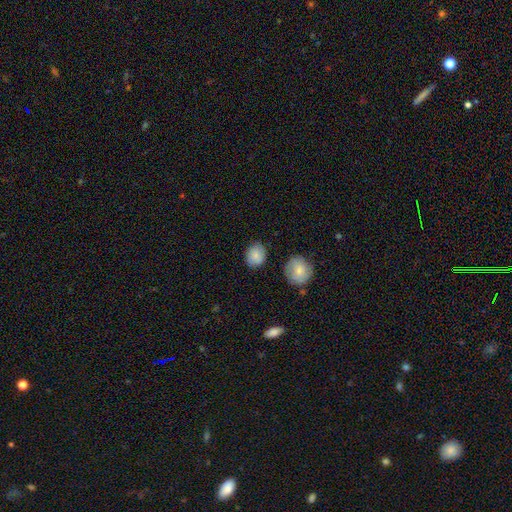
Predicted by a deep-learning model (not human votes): This appears to be a smooth galaxy with no disk features (83%) that is round (59%). Merging: none (79%).